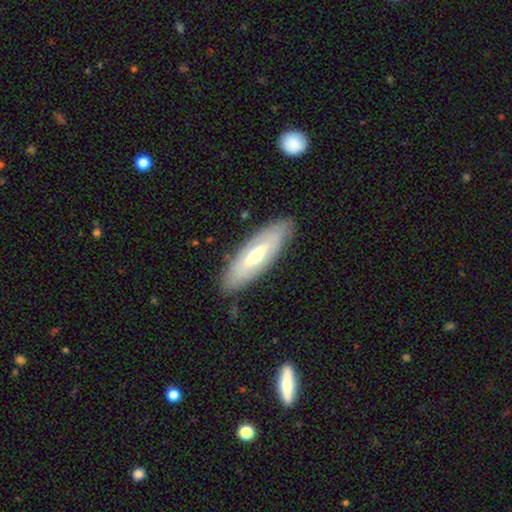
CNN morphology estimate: Smooth or featured?
  - featured or disk: 56% *
  - smooth: 39%
  - star or artifact: 5%
Edge-on disk?
  - no: 67% *
  - yes: 33%
Merging?
  - none: 84% *
  - minor disturbance: 11%
  - major disturbance: 3%
  - merger: 1%